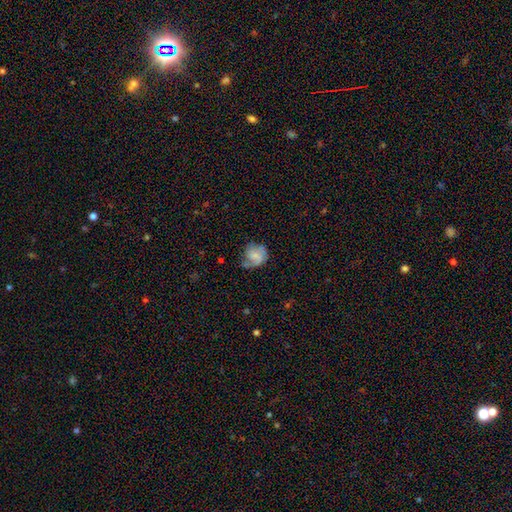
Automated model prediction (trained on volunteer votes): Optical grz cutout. It shows a featured or disk galaxy (49%). Merging: none (51%).